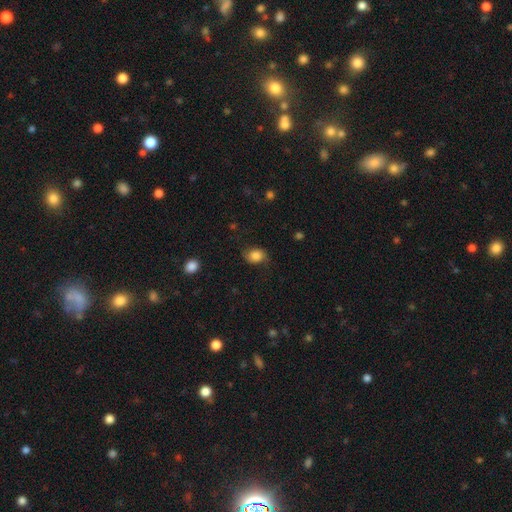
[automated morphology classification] smooth 78%, featured or disk 13%, star or artifact 9%. Down the decision tree: how rounded — in between (63%); merging — none (70%).